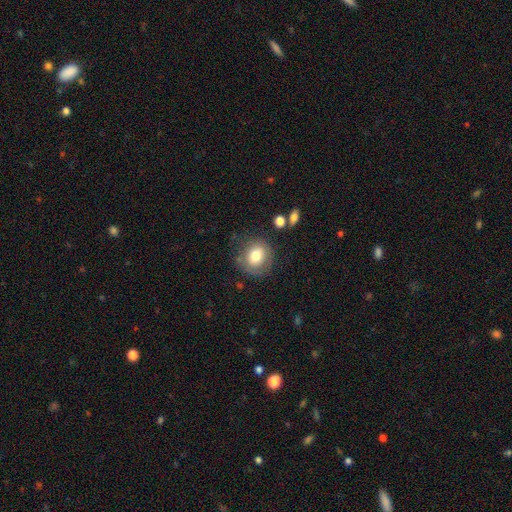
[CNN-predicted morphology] smooth 75%, featured or disk 16%, star or artifact 9%. Down the decision tree: how rounded — round (78%); merging — none (75%).